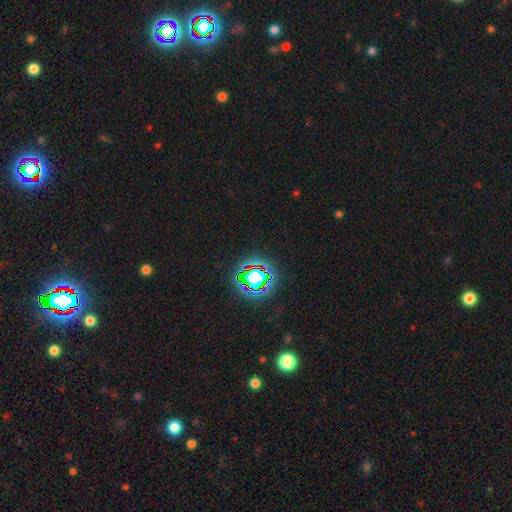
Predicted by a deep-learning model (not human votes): A star or artifact, not a galaxy (81%).